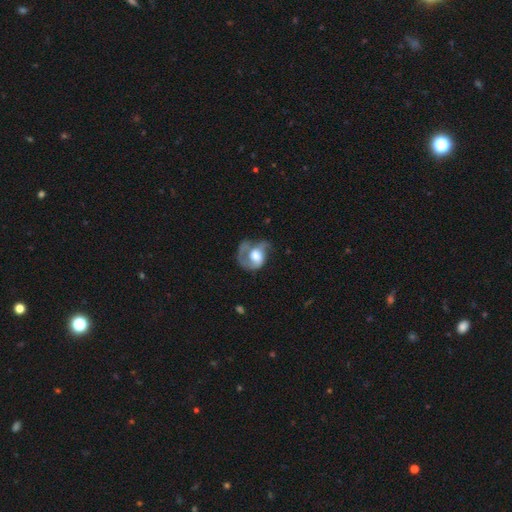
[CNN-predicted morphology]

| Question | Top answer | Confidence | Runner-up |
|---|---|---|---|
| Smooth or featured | featured or disk | 66% | smooth (27%) |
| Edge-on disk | no | 97% | yes (3%) |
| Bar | no | 66% | weak (27%) |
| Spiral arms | yes | 77% | no (23%) |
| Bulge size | moderate | 45% | large (43%) |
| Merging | major disturbance | 39% | none (34%) |